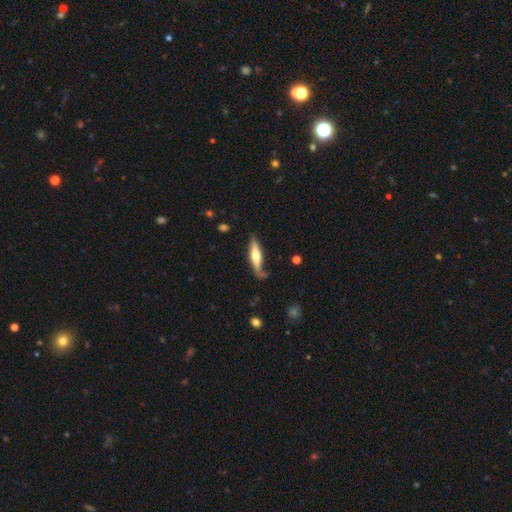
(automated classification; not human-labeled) A featured or disk galaxy (48%).

Vote fractions:
- Smooth or featured? featured or disk: 48% / smooth: 47% / star or artifact: 5%
- Merging? none: 64% / minor disturbance: 23% / major disturbance: 7% / merger: 5%